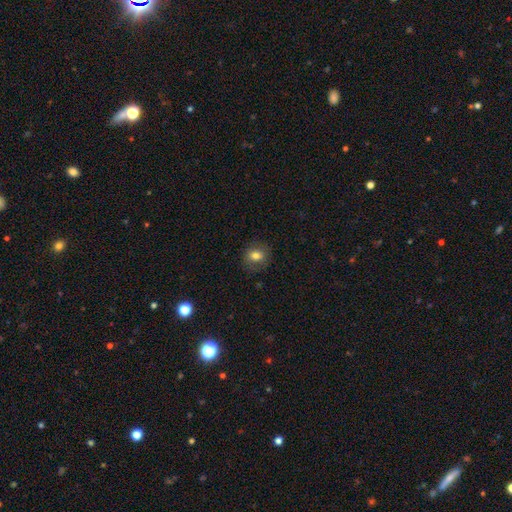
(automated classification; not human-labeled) smooth-or-featured: smooth: 76% | featured or disk: 13% | star or artifact: 11%
  how-rounded: round: 70% | in between: 29% | cigar-shaped: 1%
  merging: none: 83% | minor disturbance: 12% | major disturbance: 4% | merger: 1%